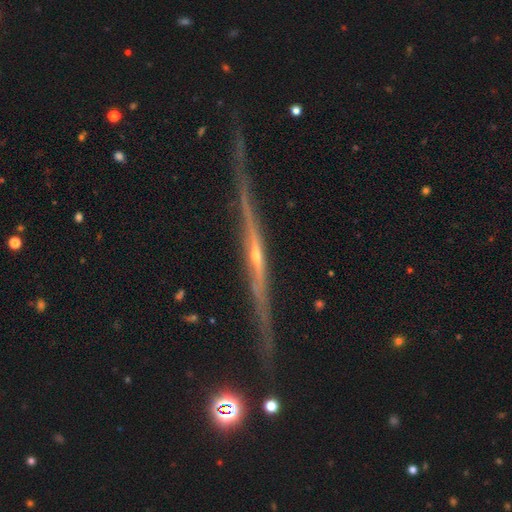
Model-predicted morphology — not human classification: Smooth or featured: featured or disk — 85% (smooth — 9%)
Edge-on disk: yes — 95% (no — 5%)
Edge-on bulge: rounded — 63% (none — 28%)
Merging: none — 71% (minor disturbance — 20%)